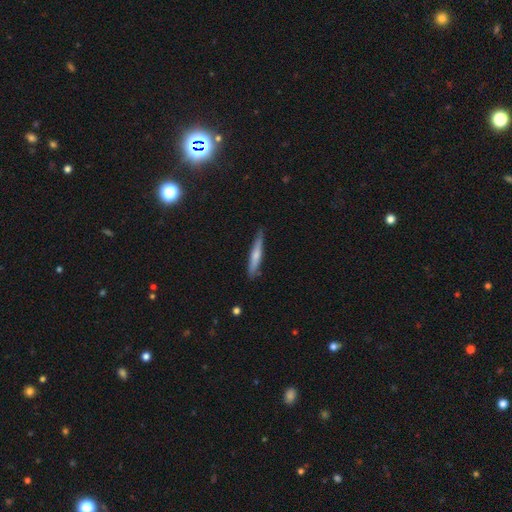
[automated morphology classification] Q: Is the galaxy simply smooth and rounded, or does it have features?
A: smooth — 60%.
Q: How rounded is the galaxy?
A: cigar-shaped — 92%.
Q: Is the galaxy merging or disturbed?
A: none — 83%.